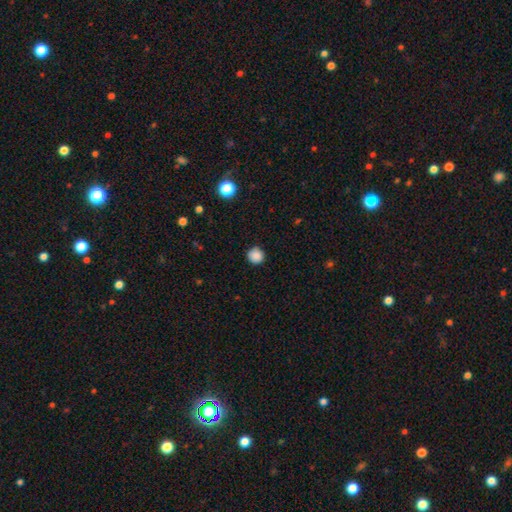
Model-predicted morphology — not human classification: Overall: smooth (87%). How rounded: round (95%). Merging: none (90%).